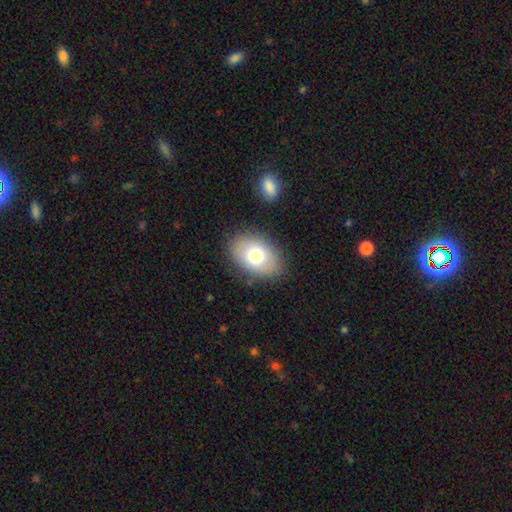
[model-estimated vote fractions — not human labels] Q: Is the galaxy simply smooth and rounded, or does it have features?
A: smooth — 74%.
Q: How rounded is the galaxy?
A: in between — 86%.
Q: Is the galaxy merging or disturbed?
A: none — 85%.